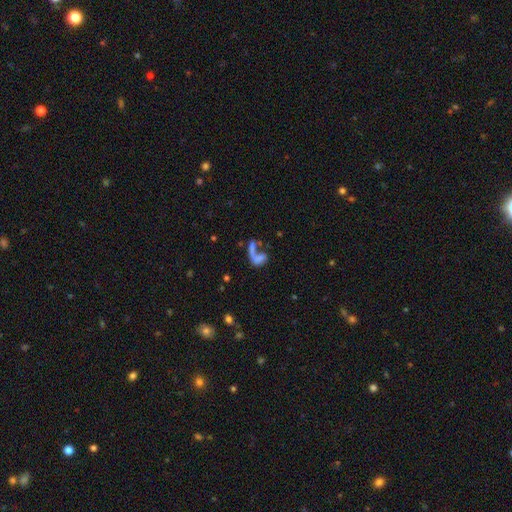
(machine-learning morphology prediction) Smooth or featured? smooth (50%)
How rounded? in between (53%)
Merging? merger (36%)